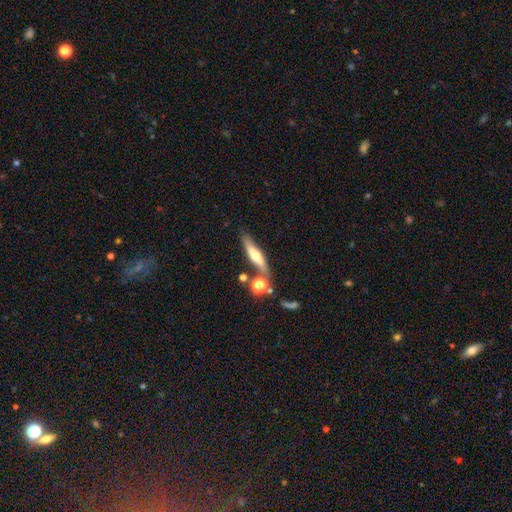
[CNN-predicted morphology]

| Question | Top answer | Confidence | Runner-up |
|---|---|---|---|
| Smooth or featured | featured or disk | 50% | smooth (42%) |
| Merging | none | 65% | minor disturbance (16%) |